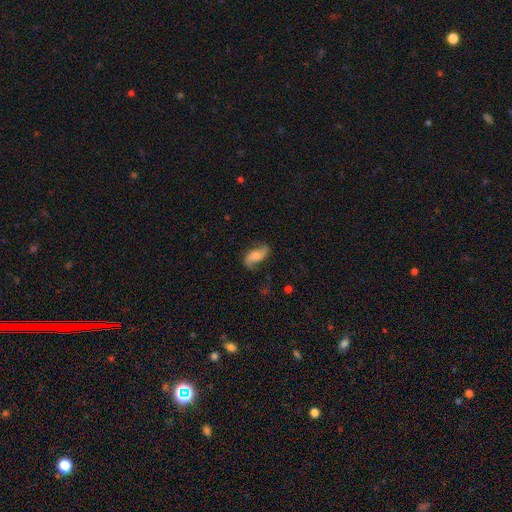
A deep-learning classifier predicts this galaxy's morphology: smooth-or-featured: featured or disk: 54% | smooth: 38% | star or artifact: 8%
  disk-edge-on: no: 93% | yes: 7%
    bar: no: 60% | weak: 29% | strong: 10%
    has-spiral-arms: yes: 91% | no: 9%
    bulge-size: moderate: 32% | small: 29% | none: 21% | large: 15% | dominant: 4%
  merging: none: 70% | minor disturbance: 20% | major disturbance: 9% | merger: 2%